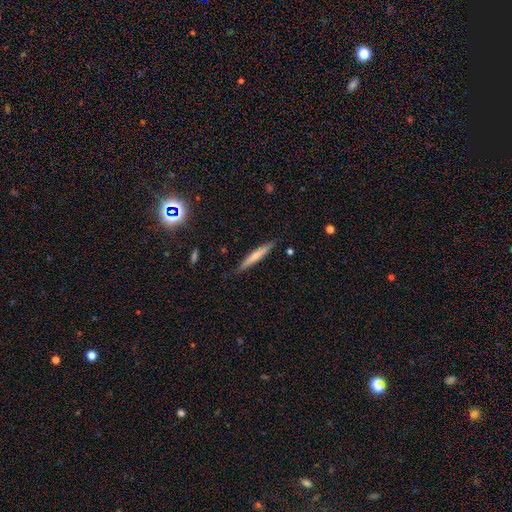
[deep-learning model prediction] smooth_or_featured: smooth (p=0.56) [alt: featured or disk p=0.38]
how_rounded: cigar-shaped (p=0.94) [alt: in between p=0.04]
merging: none (p=0.85) [alt: minor disturbance p=0.12]